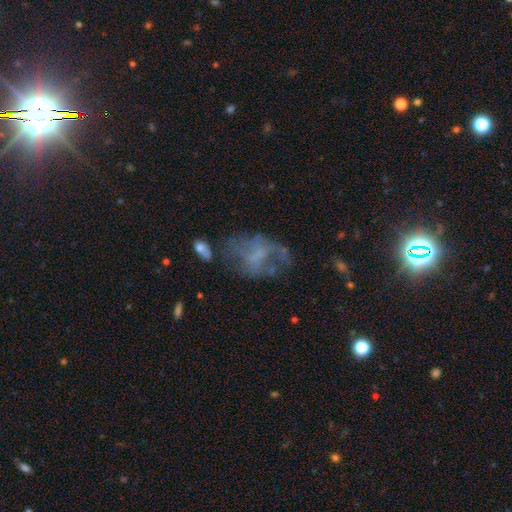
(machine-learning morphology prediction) Smooth or featured: featured or disk — 55% (smooth — 30%)
Edge-on disk: no — 97% (yes — 3%)
Bar: no — 66% (weak — 26%)
Spiral arms: no — 70% (yes — 30%)
Bulge size: none — 59% (small — 24%)
Merging: none — 38% (major disturbance — 33%)